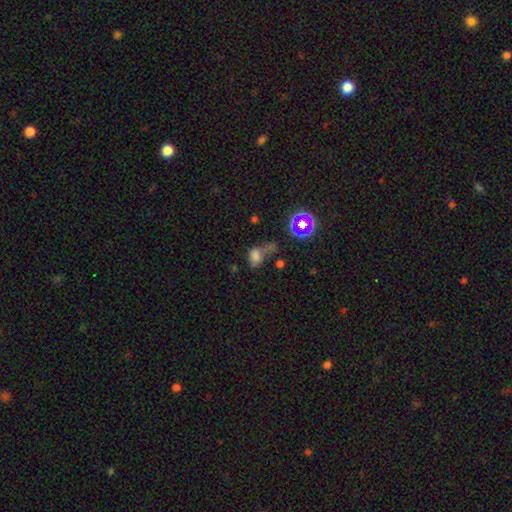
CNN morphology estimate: Smooth or featured? Predicted: smooth (p=0.64). How rounded? Predicted: in between (p=0.65). Merging? Predicted: merger (p=0.31).